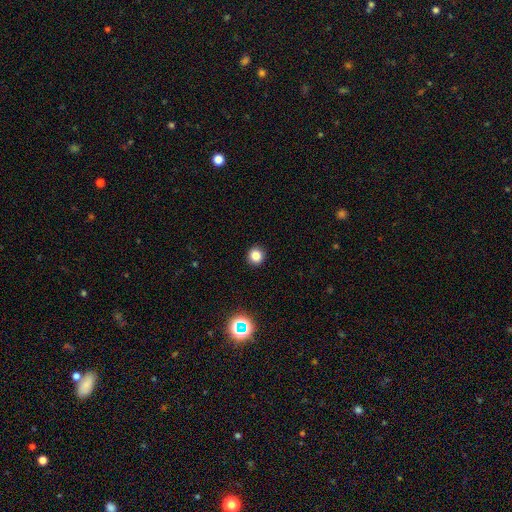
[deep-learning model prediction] Overall: smooth (82%). How rounded: round (91%). Merging: none (92%).